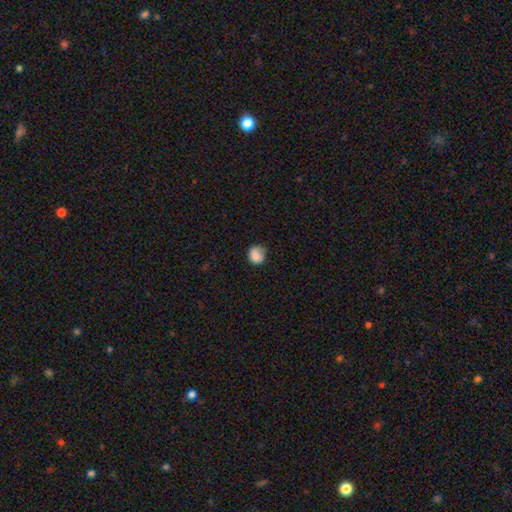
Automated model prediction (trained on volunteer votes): A smooth galaxy with no disk features (83%) that is round (82%). Merging: none (61%).